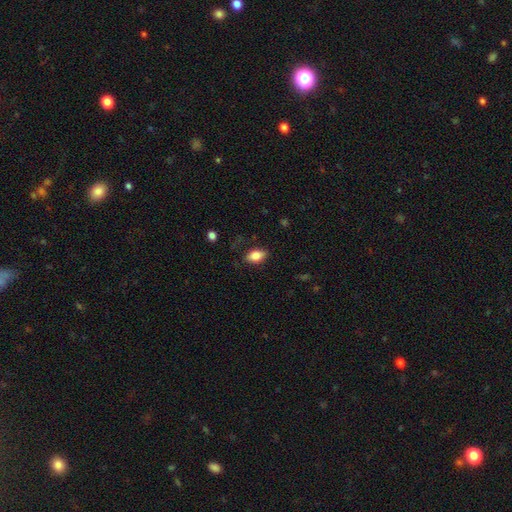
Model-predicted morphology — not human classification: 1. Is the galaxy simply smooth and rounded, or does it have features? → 81% smooth, 11% featured or disk, 8% star or artifact.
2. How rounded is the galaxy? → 88% in between, 8% round, 4% cigar-shaped.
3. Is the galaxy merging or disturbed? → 78% none, 17% minor disturbance, 4% major disturbance, 1% merger.